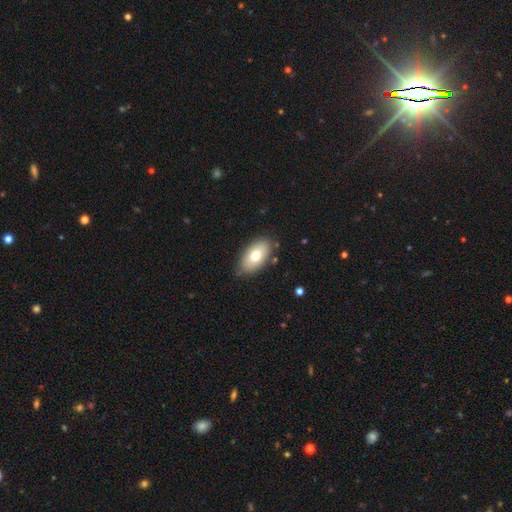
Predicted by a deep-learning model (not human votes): Morphology: type=smooth (72%); roundness=in between (93%); merging=none (82%).